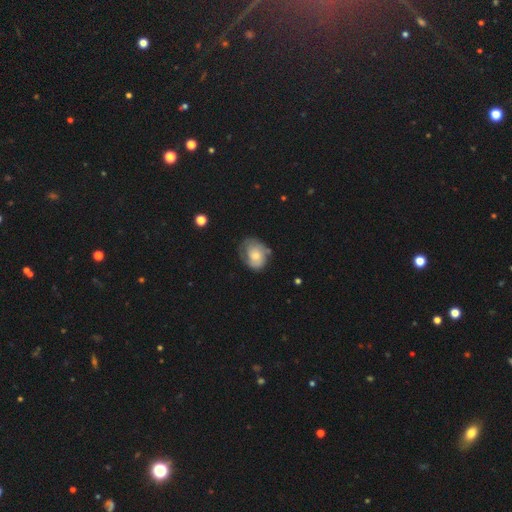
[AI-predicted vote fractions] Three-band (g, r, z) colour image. It shows a smooth galaxy with no disk features (48%). Merging: none (54%).